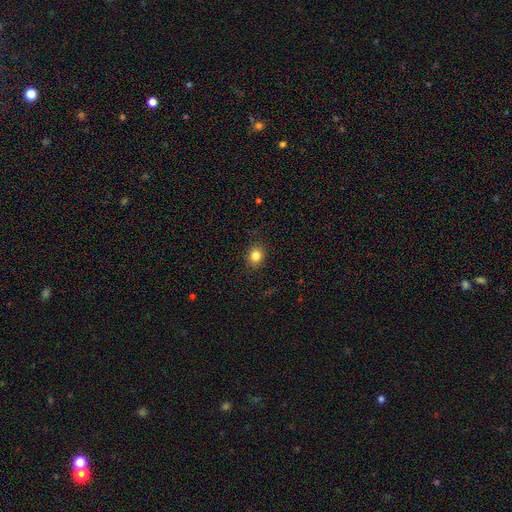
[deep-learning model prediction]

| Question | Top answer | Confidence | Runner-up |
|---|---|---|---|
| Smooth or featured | smooth | 83% | star or artifact (11%) |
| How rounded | round | 71% | in between (28%) |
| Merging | none | 88% | minor disturbance (9%) |